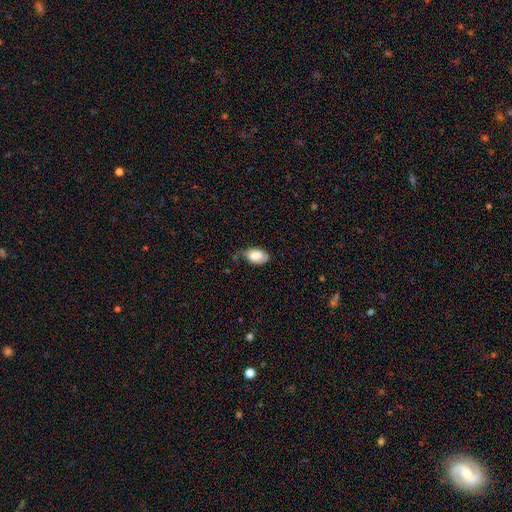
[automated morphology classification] Smooth or featured?
  - smooth: 78% *
  - featured or disk: 15%
  - star or artifact: 7%
How rounded?
  - in between: 93% *
  - round: 6%
  - cigar-shaped: 2%
Merging?
  - none: 48% *
  - minor disturbance: 38%
  - major disturbance: 11%
  - merger: 3%